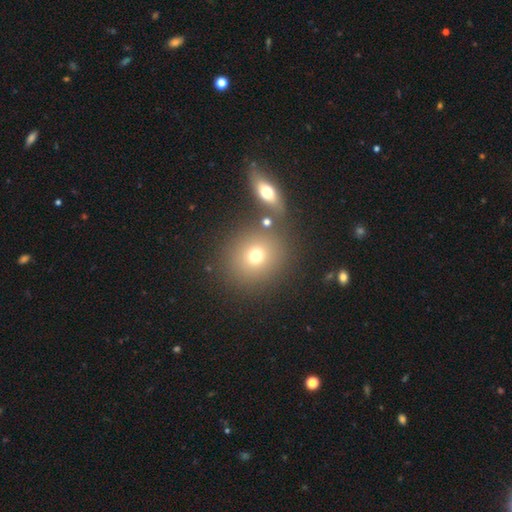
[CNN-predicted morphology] Smooth or featured? smooth (71%)
How rounded? round (83%)
Merging? none (69%)